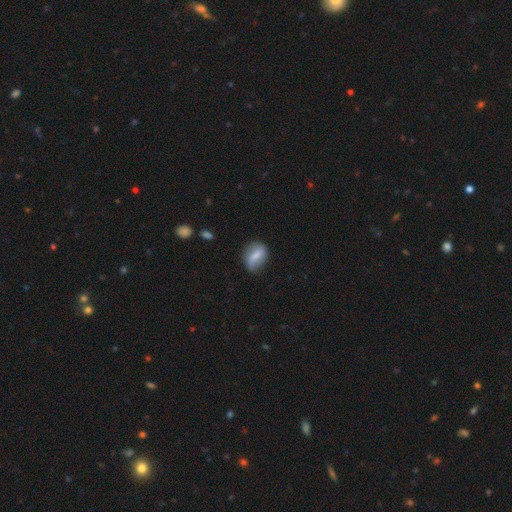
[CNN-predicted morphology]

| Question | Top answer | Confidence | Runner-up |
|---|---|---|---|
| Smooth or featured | smooth | 60% | featured or disk (32%) |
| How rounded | in between | 68% | round (28%) |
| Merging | none | 63% | minor disturbance (28%) |